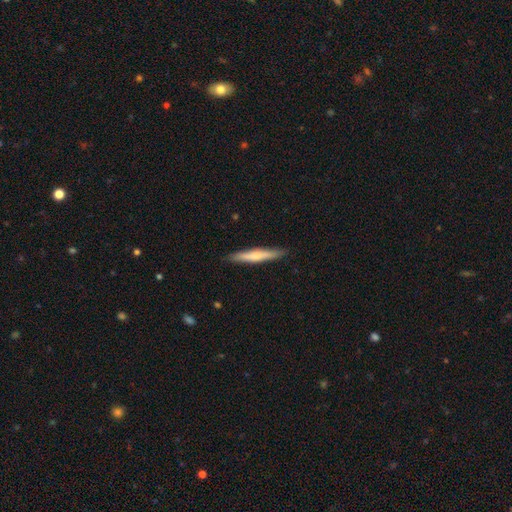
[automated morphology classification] Smooth or featured? smooth (51%)
How rounded? cigar-shaped (93%)
Merging? none (89%)